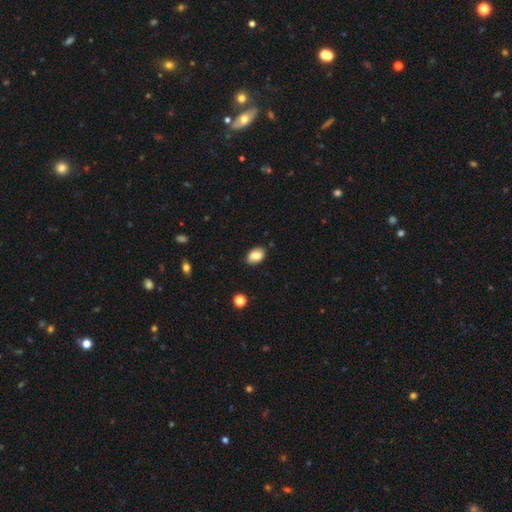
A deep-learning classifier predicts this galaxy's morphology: Smooth or featured? Predicted: smooth (p=0.81). How rounded? Predicted: in between (p=0.86). Merging? Predicted: none (p=0.86).